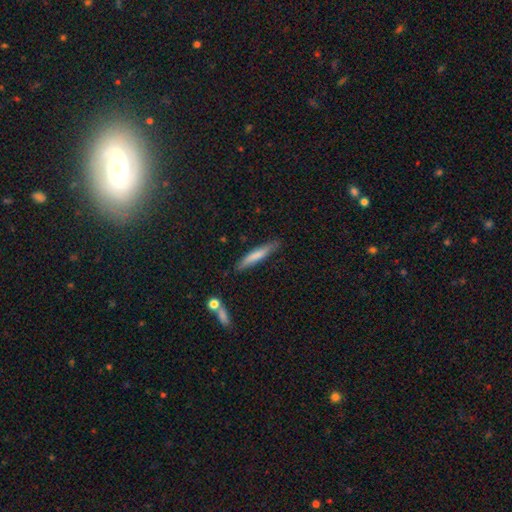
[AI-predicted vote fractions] Smooth or featured: smooth — 72% (featured or disk — 22%)
How rounded: cigar-shaped — 91% (in between — 7%)
Merging: none — 84% (minor disturbance — 11%)